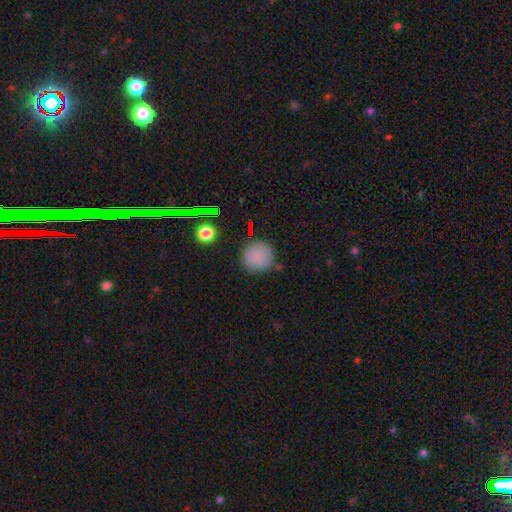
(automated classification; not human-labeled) Smooth or featured? Predicted: smooth (p=0.81). How rounded? Predicted: round (p=0.94). Merging? Predicted: none (p=0.83).